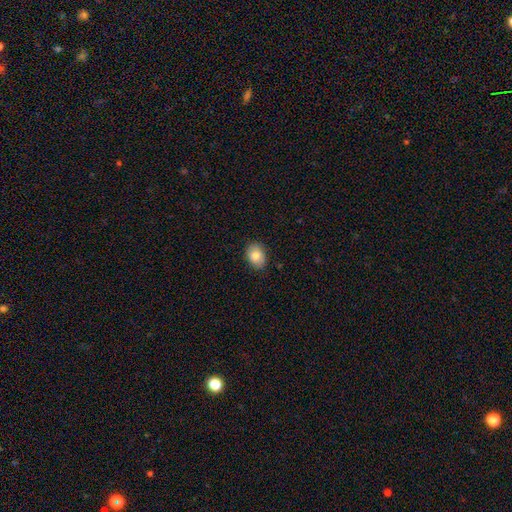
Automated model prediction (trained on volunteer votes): Smooth or featured: smooth — 83% (featured or disk — 9%)
How rounded: in between — 70% (round — 29%)
Merging: none — 86% (minor disturbance — 11%)